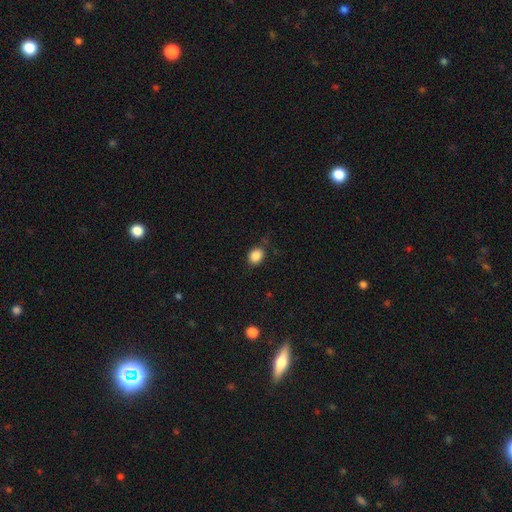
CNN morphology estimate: This appears to be a smooth galaxy with no disk features (86%) that is round (50%). Merging: none (78%).